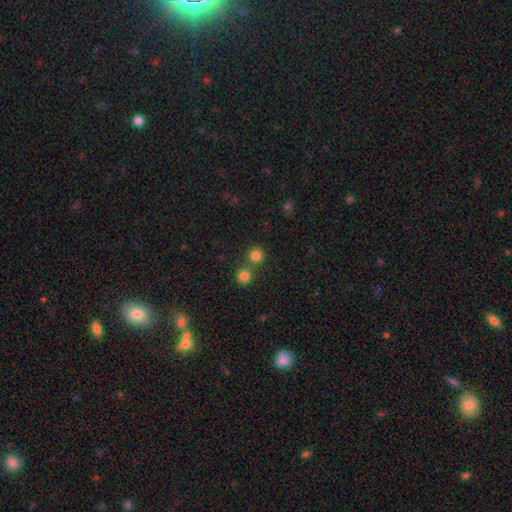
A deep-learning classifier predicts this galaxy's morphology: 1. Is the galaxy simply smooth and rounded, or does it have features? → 80% smooth, 15% star or artifact, 5% featured or disk.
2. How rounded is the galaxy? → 92% round, 7% in between, 1% cigar-shaped.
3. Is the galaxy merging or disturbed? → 68% none, 24% merger, 6% minor disturbance, 2% major disturbance.